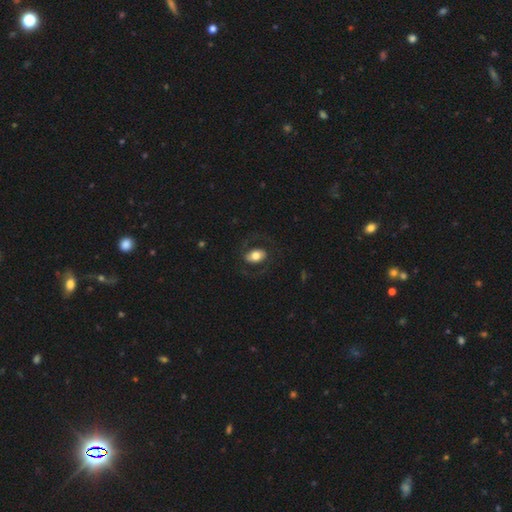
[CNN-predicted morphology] type=smooth (61%); roundness=in between (84%); merging=none (75%).